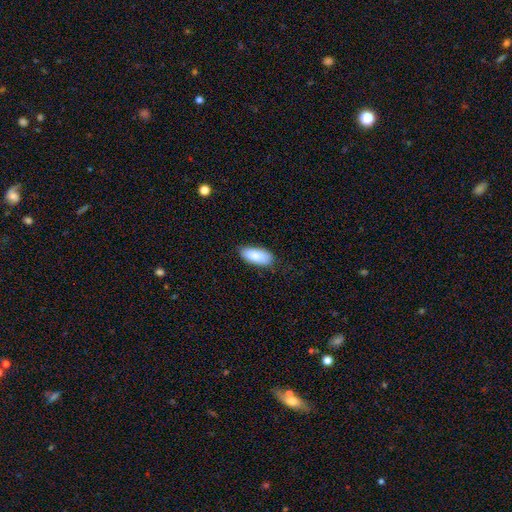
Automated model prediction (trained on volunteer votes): A smooth galaxy with no disk features (87%) that is in between round and cigar-shaped (87%). Merging: none (78%).